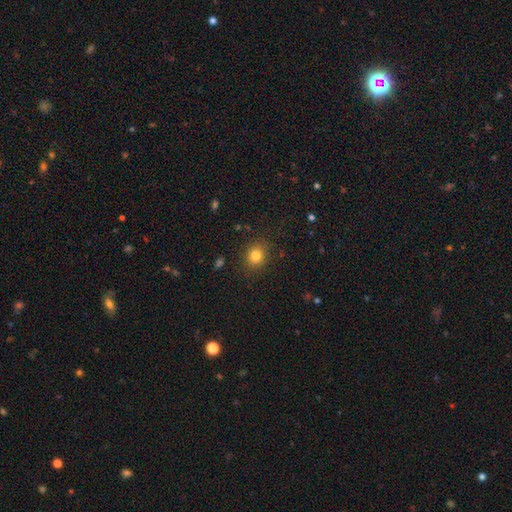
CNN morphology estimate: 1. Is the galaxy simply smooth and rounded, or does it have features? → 80% smooth, 13% star or artifact, 7% featured or disk.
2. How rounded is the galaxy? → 71% round, 28% in between, 1% cigar-shaped.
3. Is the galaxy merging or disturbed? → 87% none, 9% minor disturbance, 3% major disturbance, 1% merger.